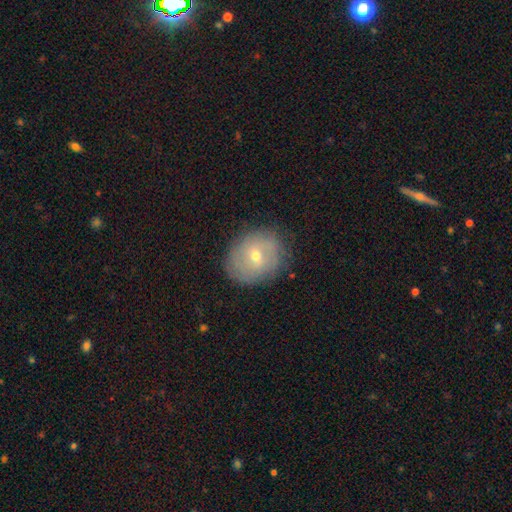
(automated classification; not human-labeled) Smooth or featured? featured or disk (49%)
Merging? none (81%)